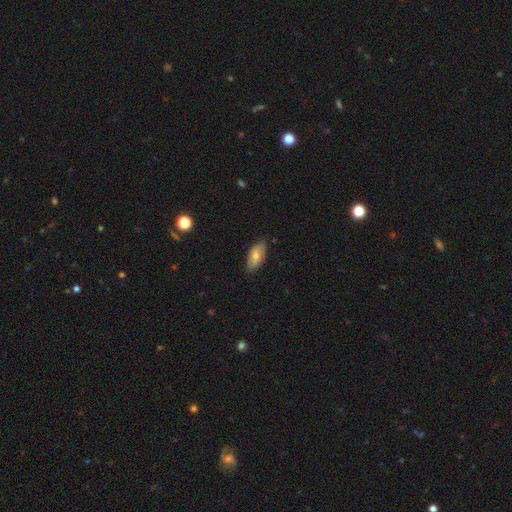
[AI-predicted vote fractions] Smooth or featured? Predicted: smooth (p=0.72). How rounded? Predicted: in between (p=0.90). Merging? Predicted: none (p=0.79).